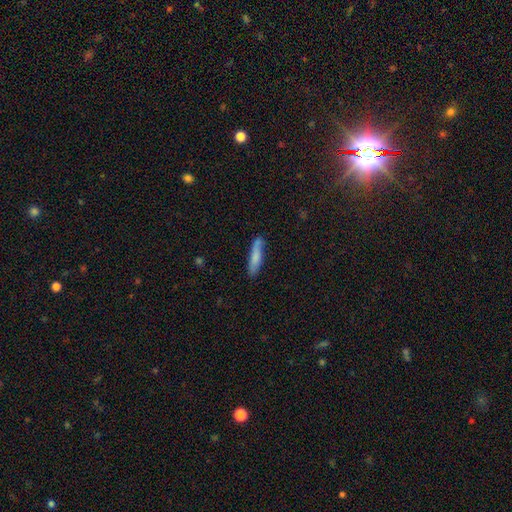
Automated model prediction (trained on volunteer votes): smooth_or_featured: smooth (p=0.77) [alt: featured or disk p=0.17]
how_rounded: cigar-shaped (p=0.85) [alt: in between p=0.13]
merging: none (p=0.74) [alt: minor disturbance p=0.18]